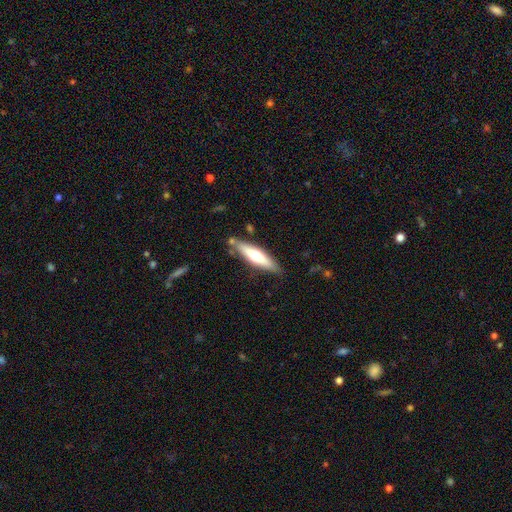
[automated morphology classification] Smooth or featured? smooth (56%)
How rounded? cigar-shaped (75%)
Merging? none (79%)